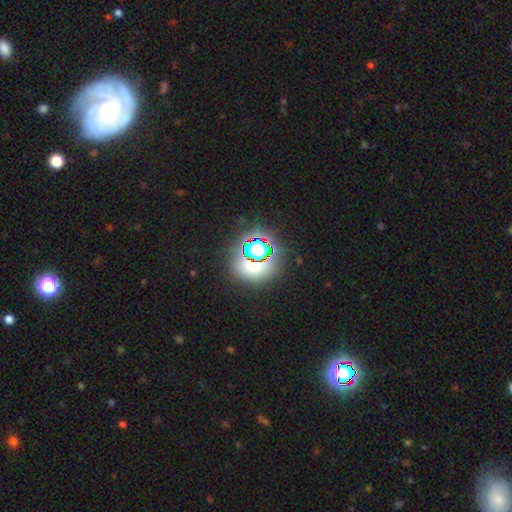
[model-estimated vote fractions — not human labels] Smooth or featured? Predicted: star or artifact (p=0.53).